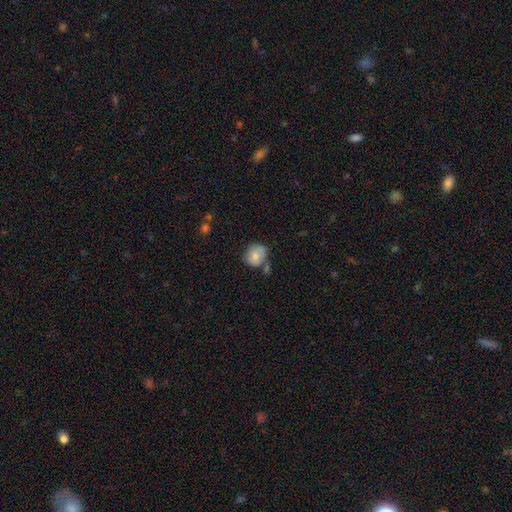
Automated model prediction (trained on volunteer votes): A smooth galaxy with no disk features (70%) that is round (77%).

Vote fractions:
- Smooth or featured? smooth: 70% / featured or disk: 22% / star or artifact: 8%
- How rounded? round: 77% / in between: 22% / cigar-shaped: 1%
- Merging? none: 55% / minor disturbance: 23% / merger: 15% / major disturbance: 7%